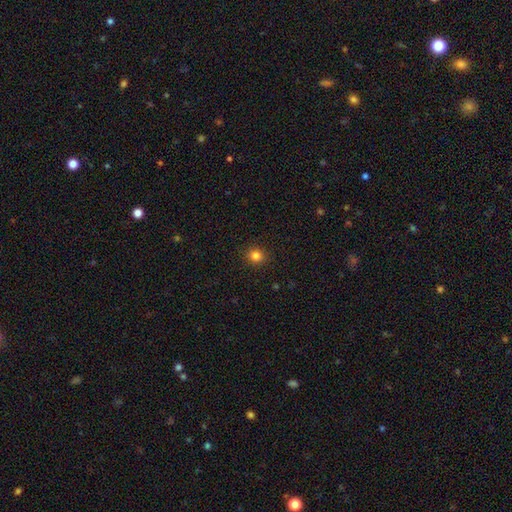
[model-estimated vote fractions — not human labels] Morphology: type=smooth (83%); roundness=round (90%); merging=none (92%).